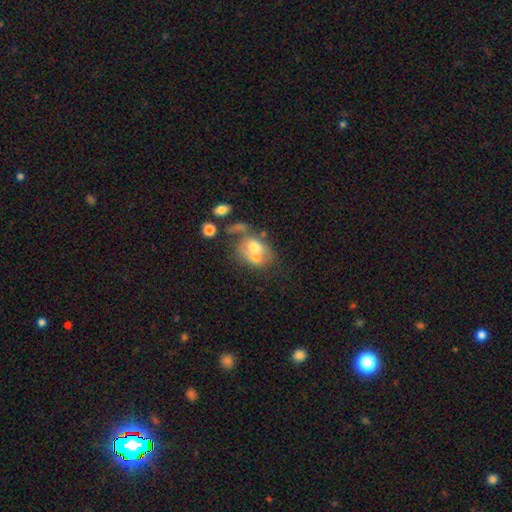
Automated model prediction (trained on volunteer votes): Overall: smooth (55%; featured or disk 33%). How rounded: in between (51%; round 48%). Merging: merger (56%; none 25%).